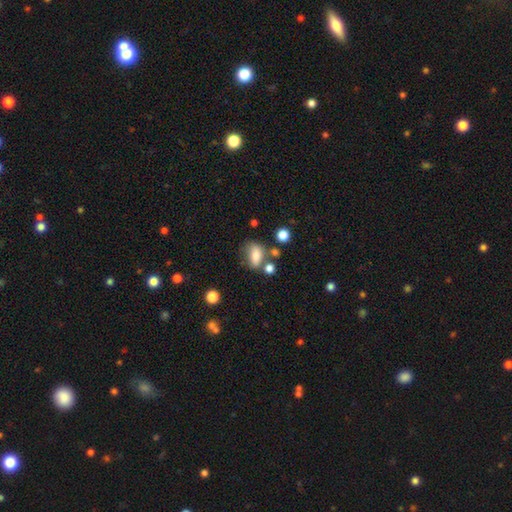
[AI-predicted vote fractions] The model was most divided on "merging": none: 51%, minor disturbance: 22%, merger: 16%, major disturbance: 11%. More confident: how rounded — in between (76%); smooth or featured — smooth (74%).